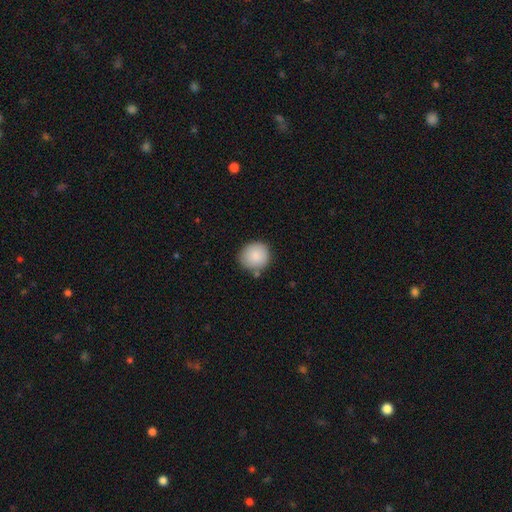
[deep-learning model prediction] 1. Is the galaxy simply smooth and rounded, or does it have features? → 88% smooth, 7% star or artifact, 5% featured or disk.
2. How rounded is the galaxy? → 88% round, 11% in between, 1% cigar-shaped.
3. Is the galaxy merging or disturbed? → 79% none, 12% minor disturbance, 5% merger, 3% major disturbance.